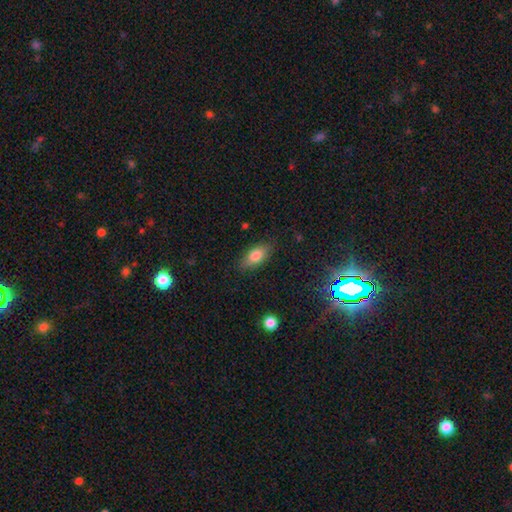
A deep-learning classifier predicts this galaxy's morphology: type=smooth (79%); roundness=in between (86%); merging=none (84%).